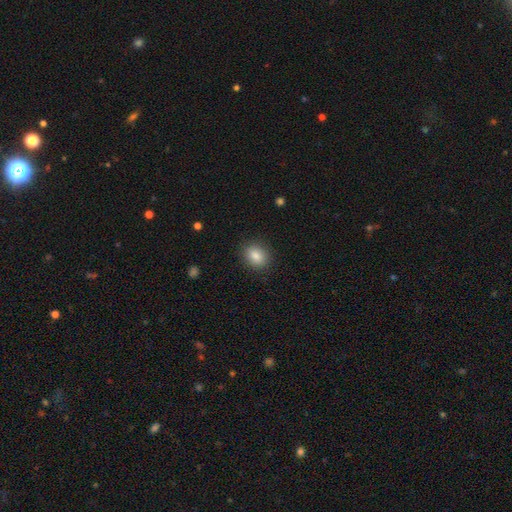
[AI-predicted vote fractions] smooth_or_featured: smooth (p=0.85) [alt: star or artifact p=0.09]
how_rounded: round (p=0.50) [alt: in between p=0.49]
merging: none (p=0.88) [alt: minor disturbance p=0.08]